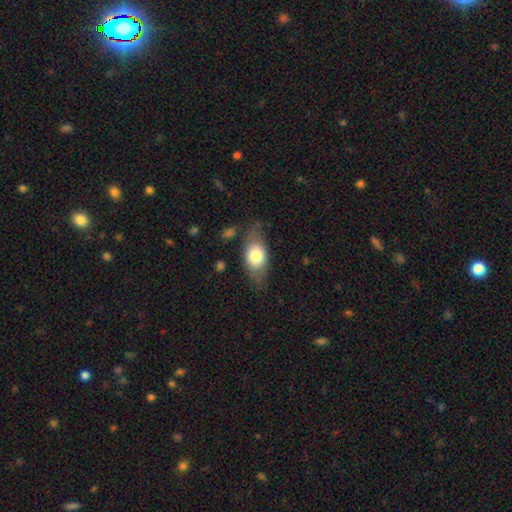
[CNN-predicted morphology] smooth 69%, featured or disk 24%, star or artifact 7%. Down the decision tree: how rounded — in between (82%); merging — none (70%).